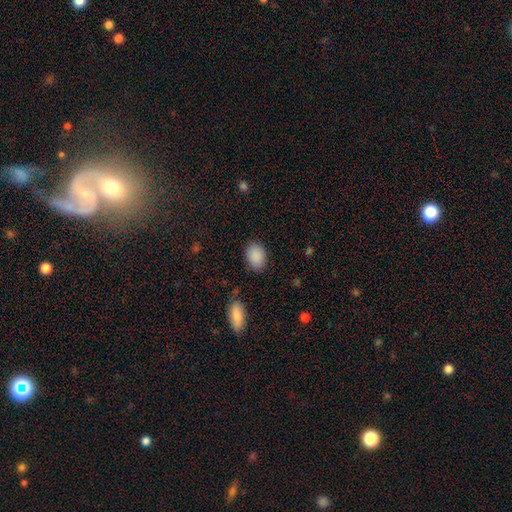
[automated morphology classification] This is clearly a smooth galaxy (89%). How rounded: clearly in between (80%). Merging: clearly none (84%).